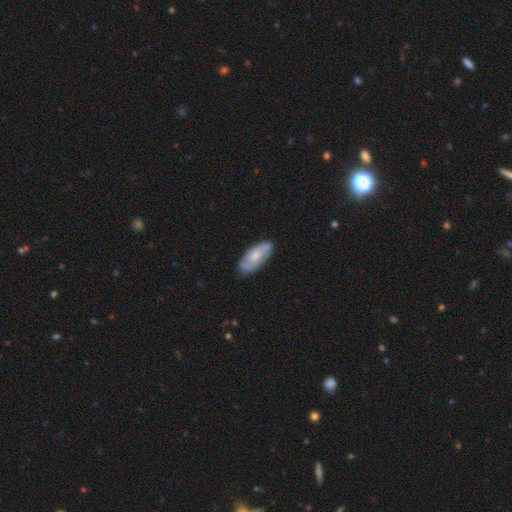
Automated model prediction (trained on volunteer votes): A smooth galaxy with no disk features (53%) that is in between round and cigar-shaped (82%). Merging: none (79%).